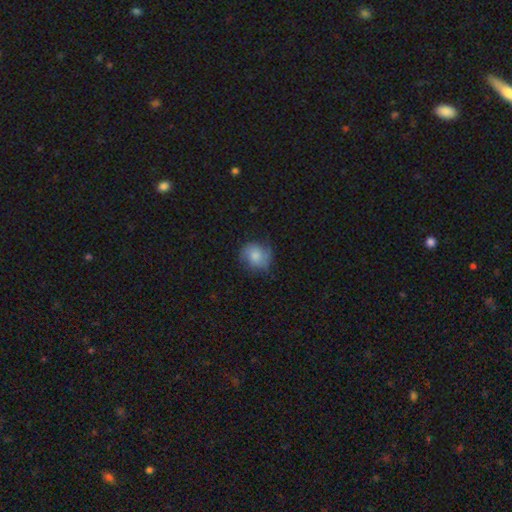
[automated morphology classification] This appears to be a smooth galaxy with no disk features (60%) that is round (78%). Merging: none (68%).